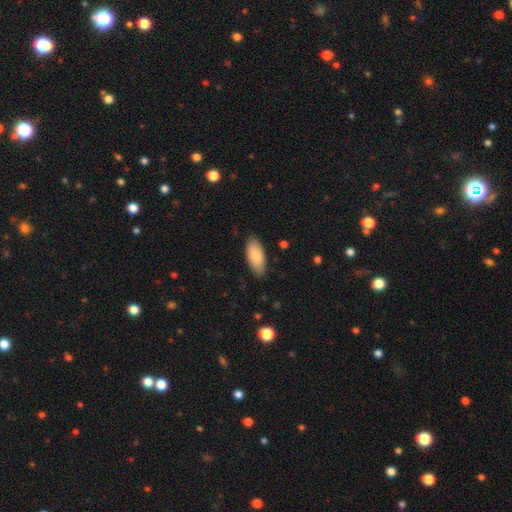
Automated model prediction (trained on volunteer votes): A smooth galaxy with no disk features (85%) that is in between round and cigar-shaped (89%). Merging: none (85%).